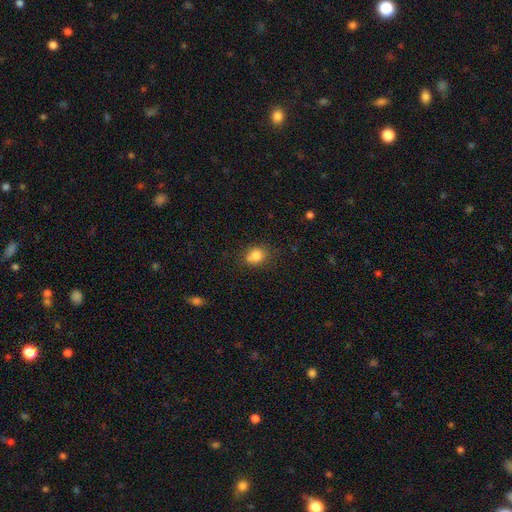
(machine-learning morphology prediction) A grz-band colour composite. It shows a smooth galaxy with no disk features (80%) that is round (61%). Merging: none (57%).